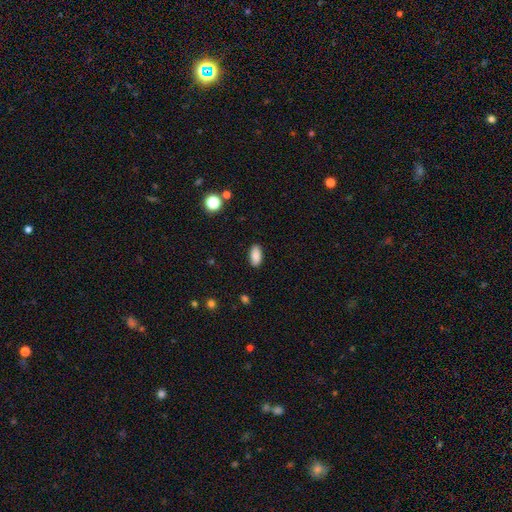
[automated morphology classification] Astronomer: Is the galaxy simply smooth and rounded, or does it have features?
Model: smooth — 88%.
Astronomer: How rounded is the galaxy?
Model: in between — 93%.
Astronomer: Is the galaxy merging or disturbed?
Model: none — 88%.